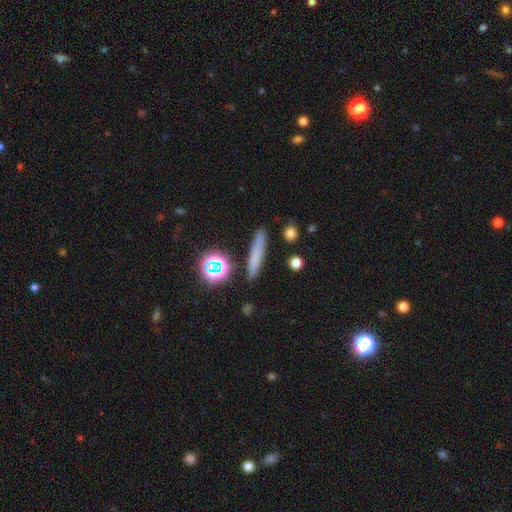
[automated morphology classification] Smooth or featured? smooth (66%)
How rounded? cigar-shaped (87%)
Merging? none (87%)